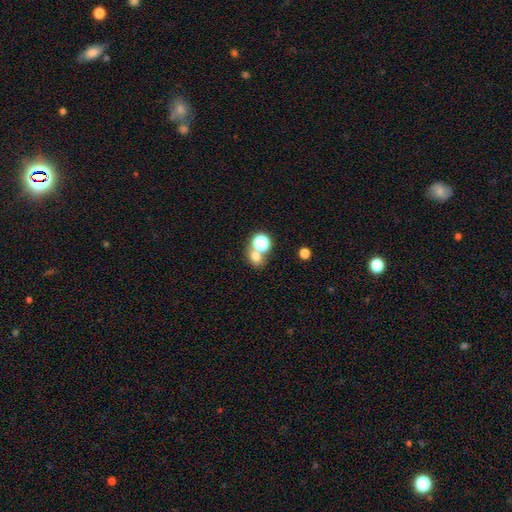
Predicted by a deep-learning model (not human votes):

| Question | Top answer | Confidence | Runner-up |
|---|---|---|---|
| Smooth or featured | smooth | 67% | star or artifact (24%) |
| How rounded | round | 62% | in between (36%) |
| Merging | none | 53% | merger (35%) |